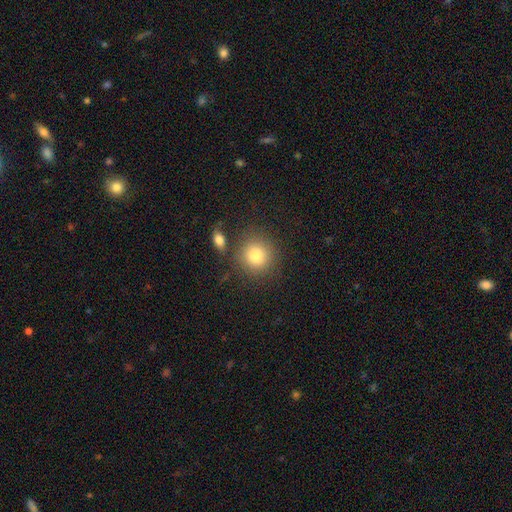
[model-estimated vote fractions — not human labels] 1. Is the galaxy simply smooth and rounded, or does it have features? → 82% smooth, 10% star or artifact, 8% featured or disk.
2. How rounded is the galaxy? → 89% round, 10% in between, 1% cigar-shaped.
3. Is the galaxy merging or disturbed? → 79% none, 10% minor disturbance, 8% merger, 4% major disturbance.